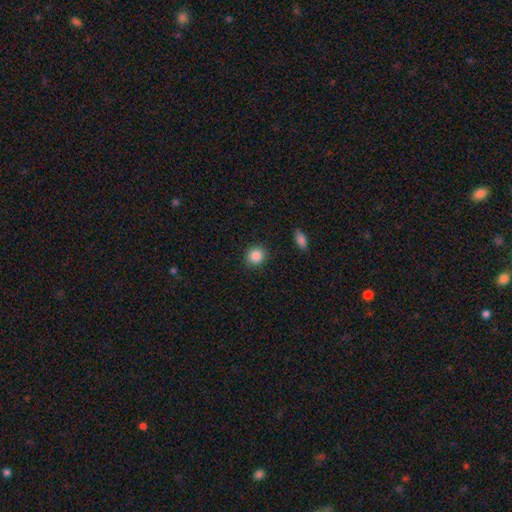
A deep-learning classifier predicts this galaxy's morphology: A smooth galaxy with no disk features (87%) that is round (89%).

Vote fractions:
- Smooth or featured? smooth: 87% / star or artifact: 9% / featured or disk: 4%
- How rounded? round: 89% / in between: 10% / cigar-shaped: 1%
- Merging? none: 90% / minor disturbance: 6% / major disturbance: 2% / merger: 1%